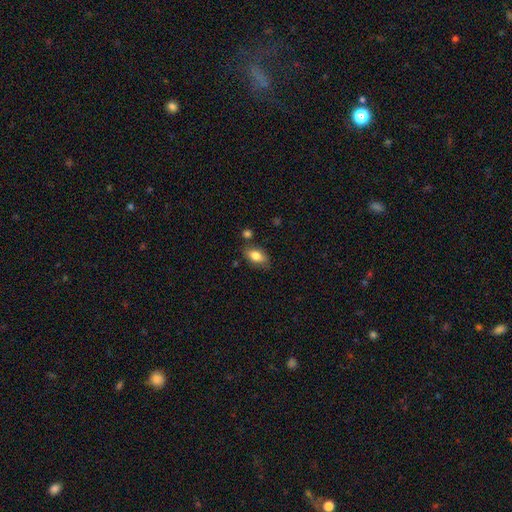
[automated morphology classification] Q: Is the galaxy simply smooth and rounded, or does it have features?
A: smooth — 79%.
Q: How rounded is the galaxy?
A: in between — 87%.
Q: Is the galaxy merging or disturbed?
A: none — 73%.